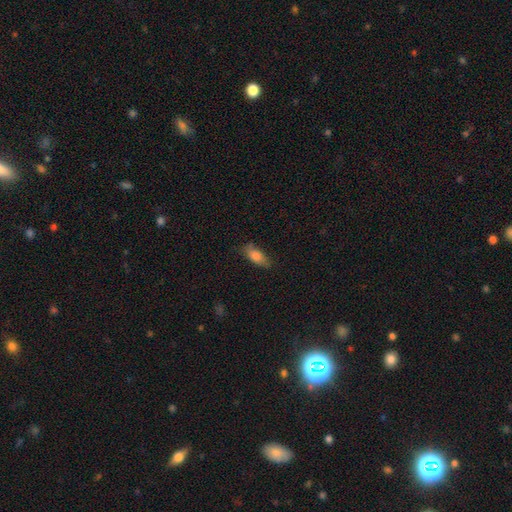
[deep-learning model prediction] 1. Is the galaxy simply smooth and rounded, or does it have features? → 80% smooth, 13% featured or disk, 7% star or artifact.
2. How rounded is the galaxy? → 79% in between, 18% cigar-shaped, 3% round.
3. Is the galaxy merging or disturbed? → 74% none, 20% minor disturbance, 4% major disturbance, 1% merger.